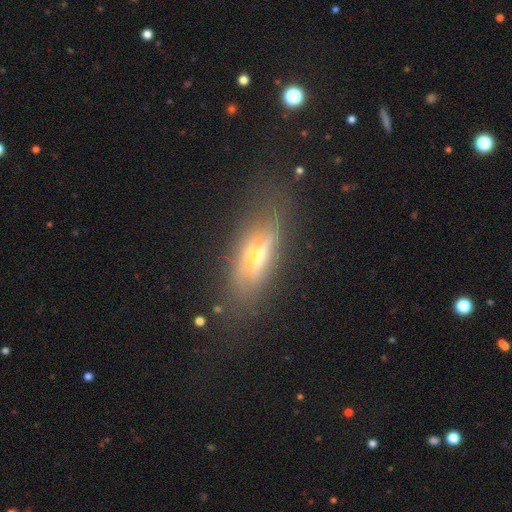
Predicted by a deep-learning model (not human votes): This appears to be a featured or disk galaxy (57%) viewed edge-on (67%). Merging: none (64%).